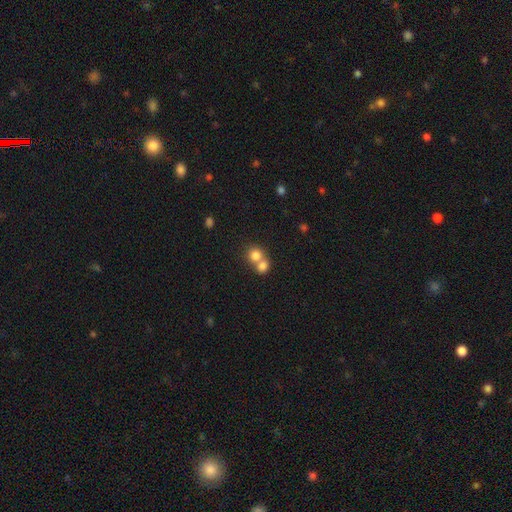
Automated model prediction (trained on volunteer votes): Q: Smooth or featured?
A: smooth (78%); runner-up: featured or disk (11%)
Q: How rounded?
A: round (82%); runner-up: in between (17%)
Q: Merging?
A: merger (61%); runner-up: none (32%)